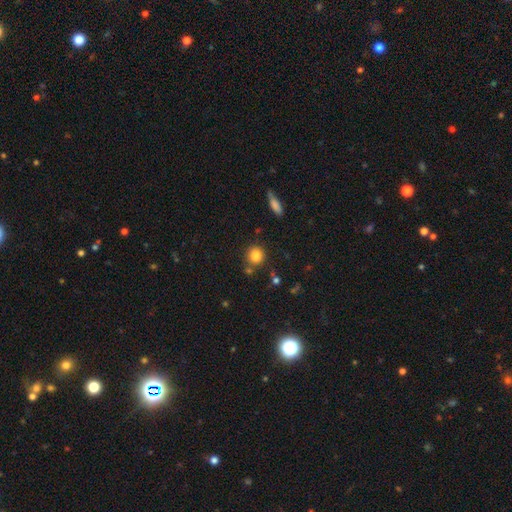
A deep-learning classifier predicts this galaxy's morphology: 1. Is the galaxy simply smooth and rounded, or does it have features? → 84% smooth, 10% star or artifact, 5% featured or disk.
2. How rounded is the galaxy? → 84% round, 15% in between, 1% cigar-shaped.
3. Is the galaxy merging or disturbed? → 77% none, 11% minor disturbance, 9% merger, 3% major disturbance.